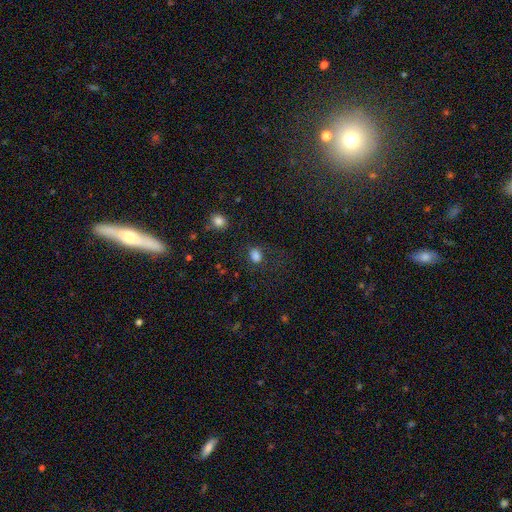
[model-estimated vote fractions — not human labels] Smooth or featured? smooth (82%)
How rounded? in between (62%)
Merging? none (70%)